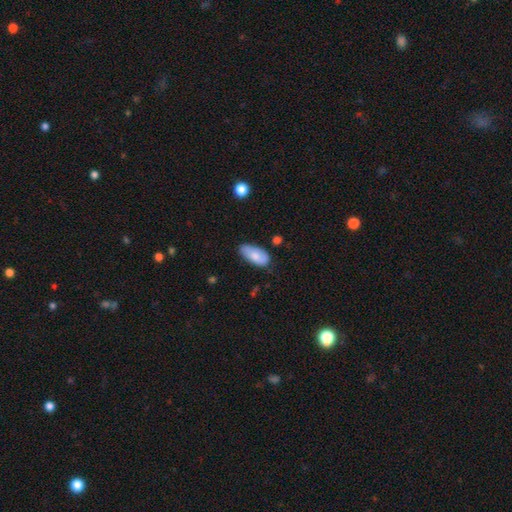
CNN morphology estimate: This is likely a smooth galaxy (77%). How rounded: clearly in between (92%). Merging: likely none (61%).